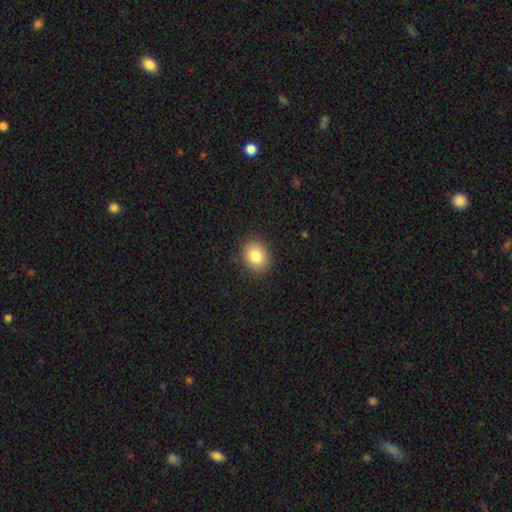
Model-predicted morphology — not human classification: The model was most divided on "how rounded": round: 55%, in between: 44%, cigar-shaped: 1%. More confident: merging — none (89%); smooth or featured — smooth (83%).